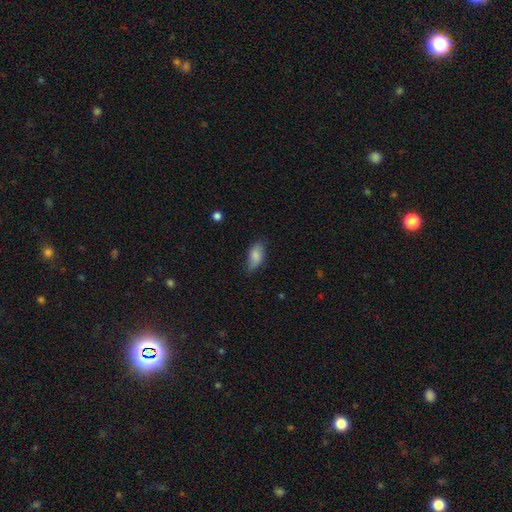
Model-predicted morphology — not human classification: The model was most divided on "merging": none: 64%, minor disturbance: 29%, major disturbance: 6%, merger: 2%. More confident: how rounded — in between (89%); smooth or featured — smooth (80%).